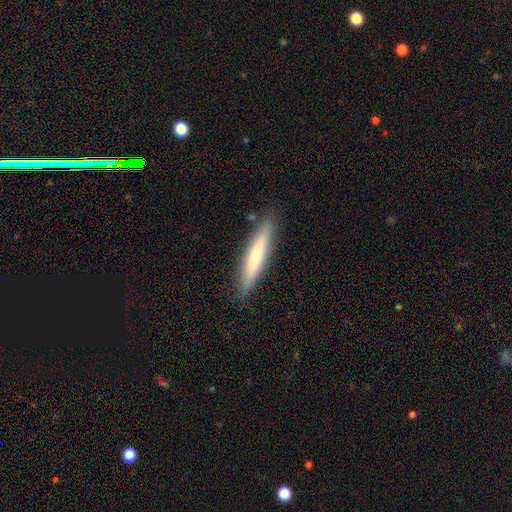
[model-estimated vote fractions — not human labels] Overall: smooth (57%; featured or disk 37%). How rounded: cigar-shaped (91%). Merging: none (88%).